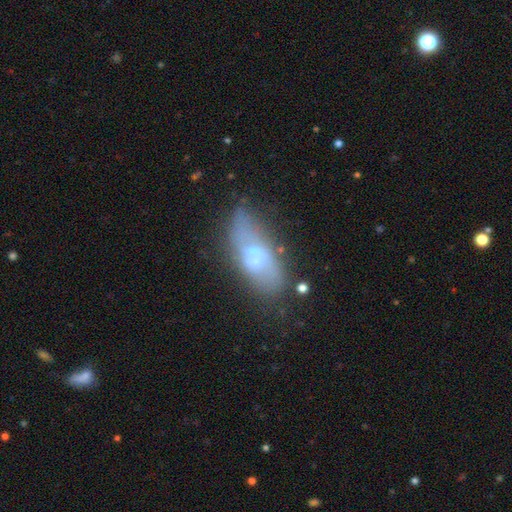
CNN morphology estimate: Smooth or featured? Predicted: featured or disk (p=0.50). Edge-on disk? Predicted: no (p=0.77). Merging? Predicted: none (p=0.52).